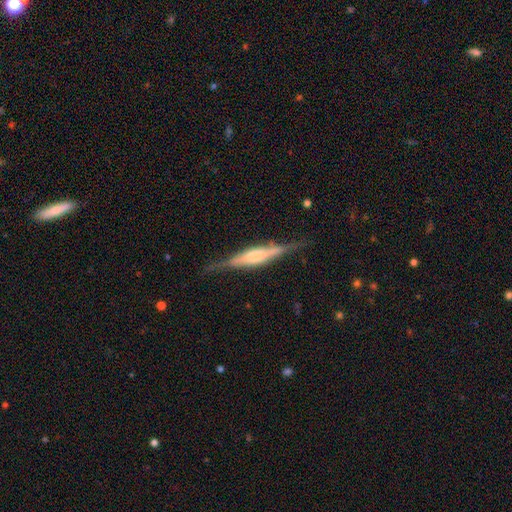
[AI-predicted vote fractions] A featured or disk galaxy (72%) viewed edge-on (96%) with a boxy central bulge (52%). Merging: none (79%).